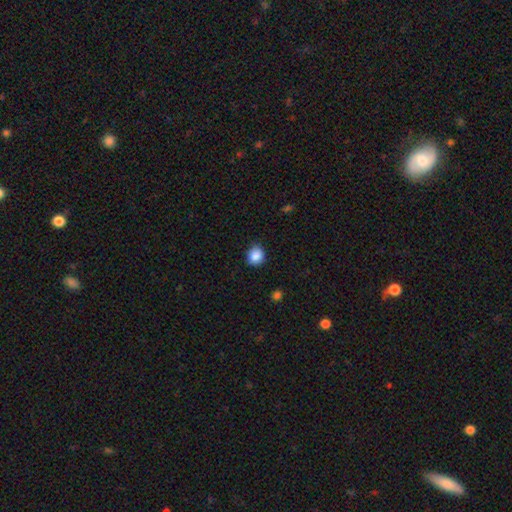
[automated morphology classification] Q: Smooth or featured?
A: smooth (88%); runner-up: star or artifact (9%)
Q: How rounded?
A: round (82%); runner-up: in between (17%)
Q: Merging?
A: none (86%); runner-up: minor disturbance (10%)